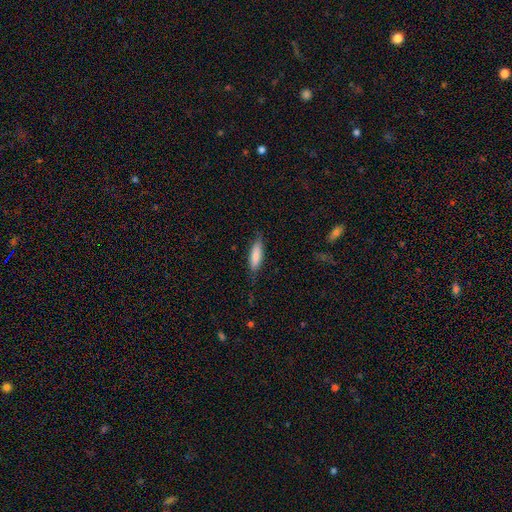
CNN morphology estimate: Smooth or featured?
  - smooth: 79% *
  - featured or disk: 15%
  - star or artifact: 6%
How rounded?
  - cigar-shaped: 52% *
  - in between: 46%
  - round: 2%
Merging?
  - none: 75% *
  - minor disturbance: 19%
  - major disturbance: 5%
  - merger: 1%